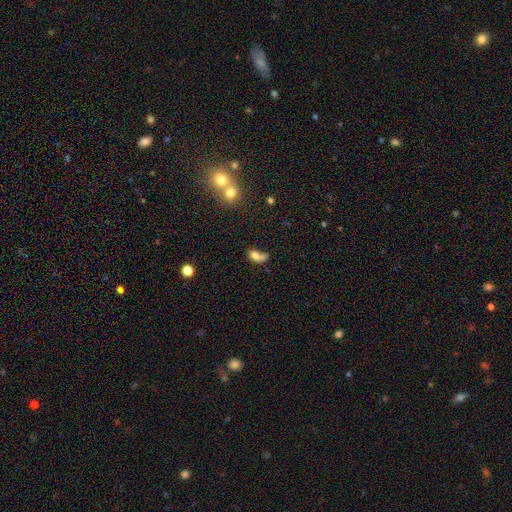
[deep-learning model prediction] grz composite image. It shows a smooth galaxy with no disk features (70%) that is in between round and cigar-shaped (77%). Merging: merger (28%).